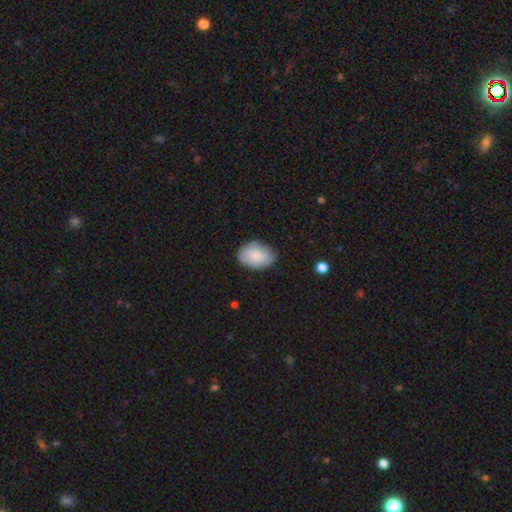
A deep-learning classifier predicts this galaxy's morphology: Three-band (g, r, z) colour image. It shows a smooth galaxy with no disk features (83%) that is in between round and cigar-shaped (84%). Merging: none (75%).